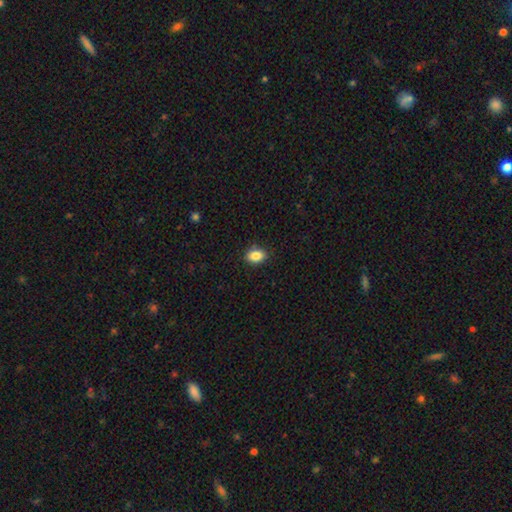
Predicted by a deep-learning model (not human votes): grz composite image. It shows a smooth galaxy with no disk features (87%) that is in between round and cigar-shaped (81%). Merging: none (87%).